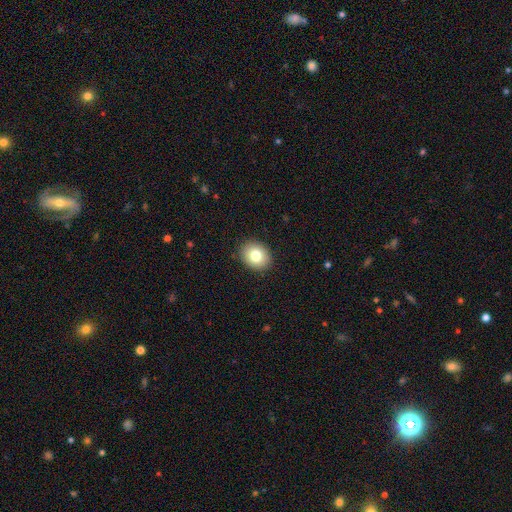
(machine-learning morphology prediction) Overall: smooth (79%). How rounded: round (60%; in between 39%). Merging: none (90%).